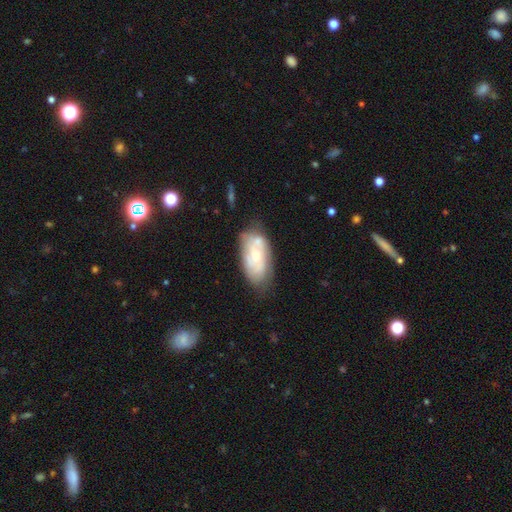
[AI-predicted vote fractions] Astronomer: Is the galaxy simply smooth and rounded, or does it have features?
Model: featured or disk — 57% (runner-up: smooth, 37%).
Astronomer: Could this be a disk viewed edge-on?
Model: no — 93%.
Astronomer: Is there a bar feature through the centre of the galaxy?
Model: no — 77%.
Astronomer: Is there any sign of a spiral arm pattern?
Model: yes — 53% (runner-up: no, 47%).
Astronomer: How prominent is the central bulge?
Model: small — 50% (runner-up: moderate, 45%).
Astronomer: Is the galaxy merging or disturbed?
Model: none — 57%.